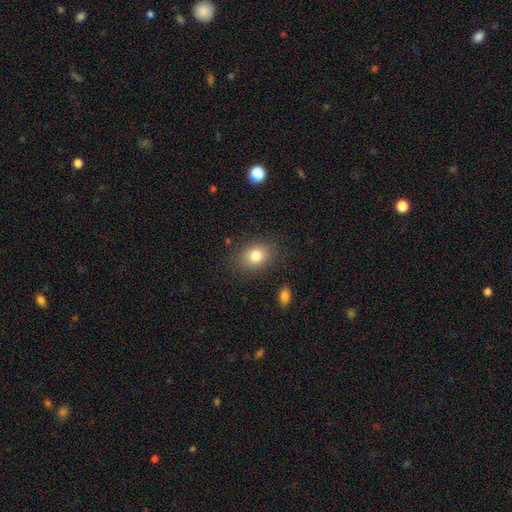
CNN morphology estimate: type=smooth (81%); roundness=in between (58%); merging=none (83%).